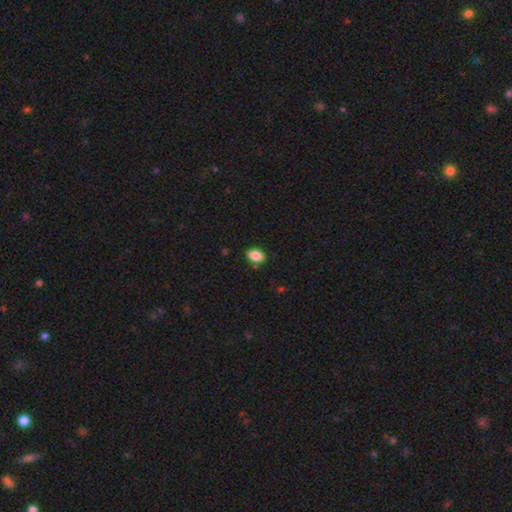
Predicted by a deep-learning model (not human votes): Smooth or featured: smooth — 88% (star or artifact — 8%)
How rounded: in between — 85% (round — 14%)
Merging: none — 86% (minor disturbance — 10%)